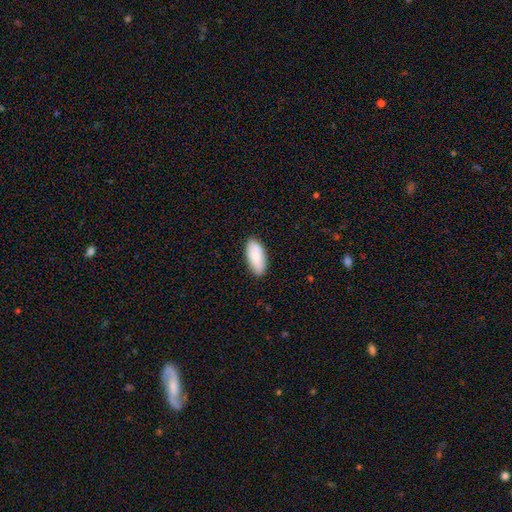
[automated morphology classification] Q: Smooth or featured?
A: smooth (84%); runner-up: featured or disk (10%)
Q: How rounded?
A: in between (88%); runner-up: cigar-shaped (10%)
Q: Merging?
A: none (87%); runner-up: minor disturbance (10%)